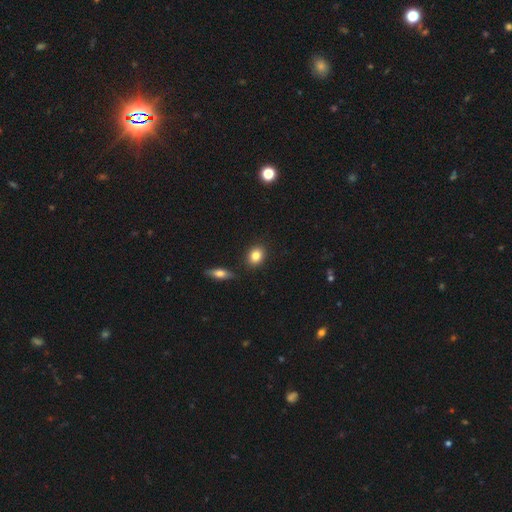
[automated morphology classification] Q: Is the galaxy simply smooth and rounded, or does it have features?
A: smooth — 83%.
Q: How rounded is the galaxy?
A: in between — 51%.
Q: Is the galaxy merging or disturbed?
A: none — 86%.